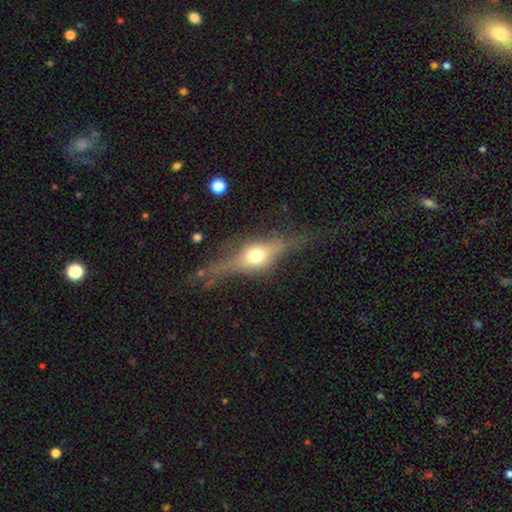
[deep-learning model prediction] featured or disk 62%, smooth 29%, star or artifact 9%. Down the decision tree: edge-on disk — yes (87%); edge-on bulge — rounded (94%); merging — none (61%).